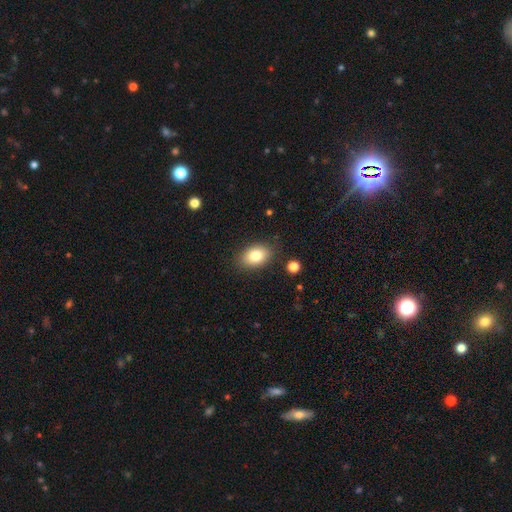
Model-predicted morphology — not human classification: Q: Smooth or featured?
A: smooth (82%); runner-up: featured or disk (10%)
Q: How rounded?
A: in between (86%); runner-up: round (13%)
Q: Merging?
A: none (85%); runner-up: minor disturbance (11%)